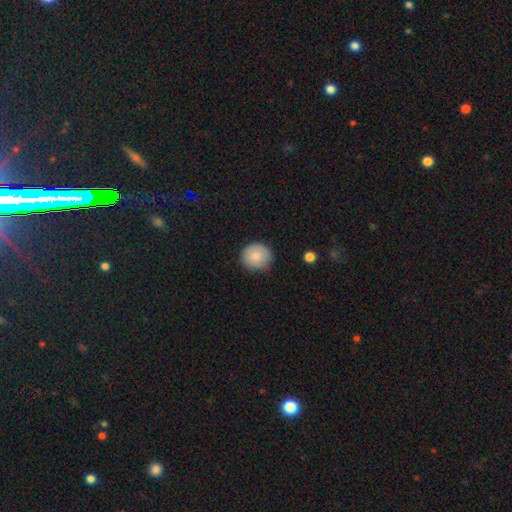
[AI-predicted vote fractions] A smooth galaxy with no disk features (83%) that is round (89%).

Vote fractions:
- Smooth or featured? smooth: 83% / featured or disk: 10% / star or artifact: 8%
- How rounded? round: 89% / in between: 10% / cigar-shaped: 1%
- Merging? none: 85% / minor disturbance: 11% / major disturbance: 2% / merger: 1%